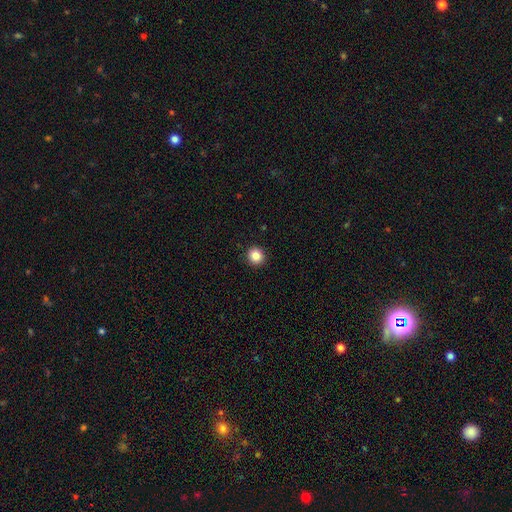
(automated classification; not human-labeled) Smooth or featured? Predicted: smooth (p=0.85). How rounded? Predicted: round (p=0.92). Merging? Predicted: none (p=0.93).